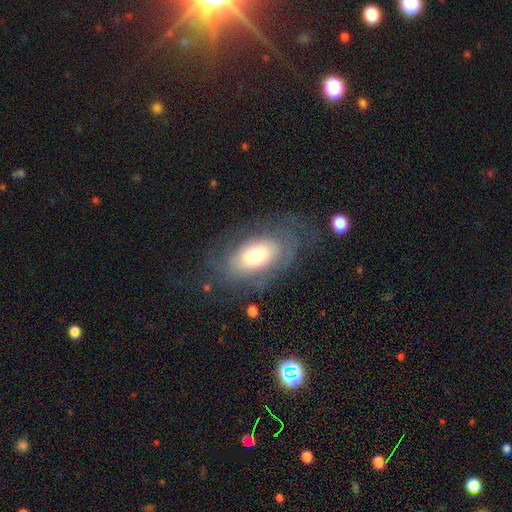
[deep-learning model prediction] This appears to be a featured or disk galaxy (50%). Merging: none (63%).